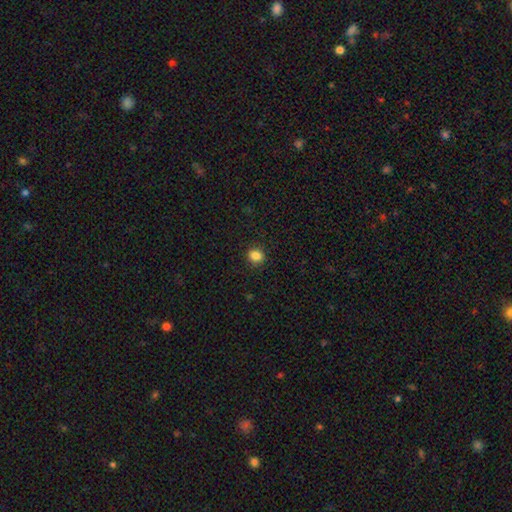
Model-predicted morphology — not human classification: Smooth or featured? Predicted: smooth (p=0.85). How rounded? Predicted: round (p=0.74). Merging? Predicted: none (p=0.90).